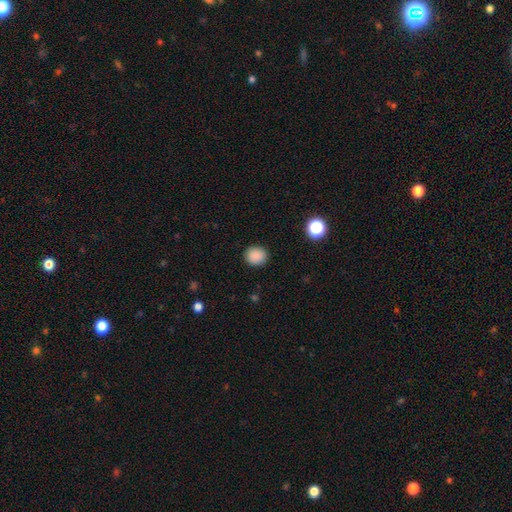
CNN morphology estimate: This is clearly a smooth galaxy (87%). How rounded: clearly round (81%). Merging: clearly none (90%).